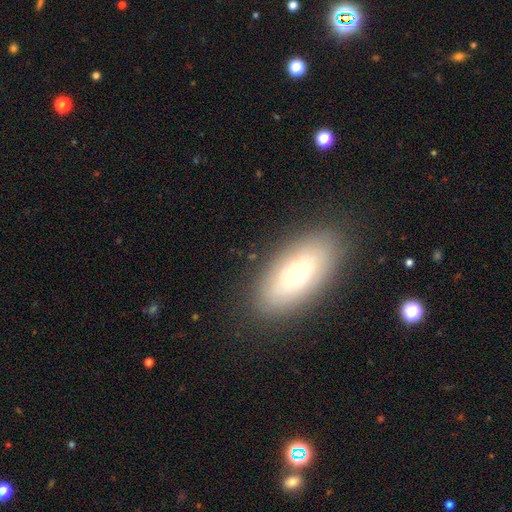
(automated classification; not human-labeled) Smooth or featured? Predicted: smooth (p=0.76). How rounded? Predicted: in between (p=0.83). Merging? Predicted: none (p=0.87).